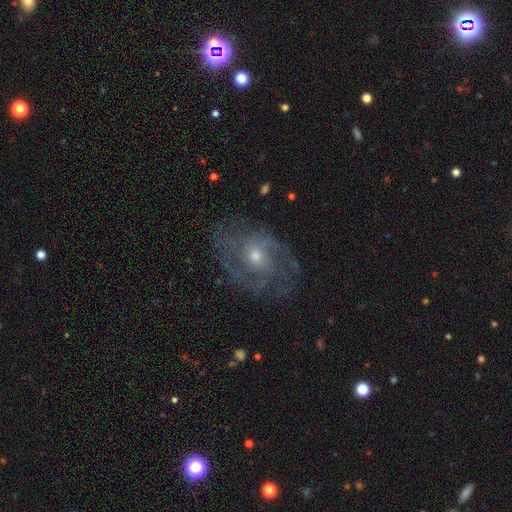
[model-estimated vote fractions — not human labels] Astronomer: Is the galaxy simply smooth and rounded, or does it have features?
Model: featured or disk — 81%.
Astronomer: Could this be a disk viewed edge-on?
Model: no — 97%.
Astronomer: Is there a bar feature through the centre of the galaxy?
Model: no — 72%.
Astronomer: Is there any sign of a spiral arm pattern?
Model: yes — 89%.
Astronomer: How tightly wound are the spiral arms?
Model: medium — 44% (runner-up: tight, 39%).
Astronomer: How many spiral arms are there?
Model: can't tell — 31% (runner-up: 2, 26%).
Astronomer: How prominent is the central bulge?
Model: small — 49% (runner-up: moderate, 46%).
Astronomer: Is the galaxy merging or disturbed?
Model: none — 71%.